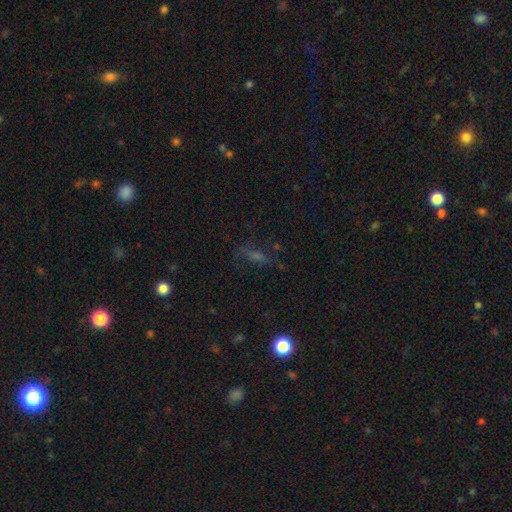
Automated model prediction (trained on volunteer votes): A star or artifact, not a galaxy (36%).